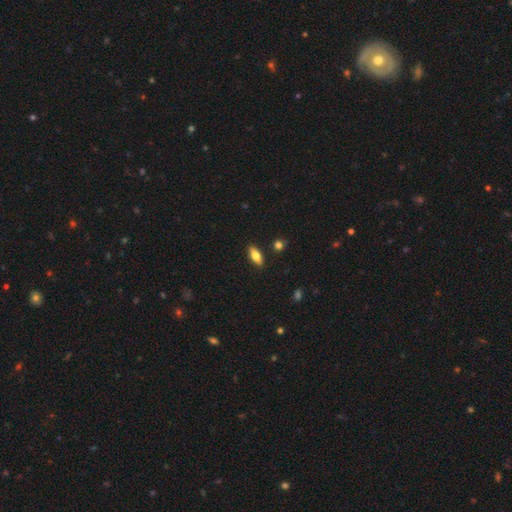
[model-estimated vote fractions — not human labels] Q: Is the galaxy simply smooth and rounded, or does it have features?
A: smooth — 69%.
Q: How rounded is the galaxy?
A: in between — 77%.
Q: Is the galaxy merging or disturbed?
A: none — 88%.